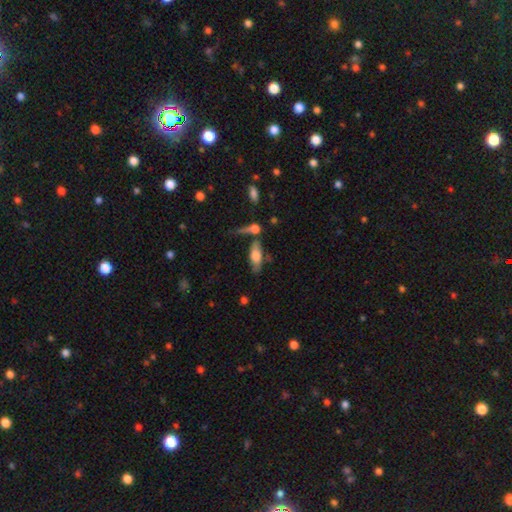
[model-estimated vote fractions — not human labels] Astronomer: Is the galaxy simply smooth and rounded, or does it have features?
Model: smooth — 59%.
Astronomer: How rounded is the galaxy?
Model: in between — 68%.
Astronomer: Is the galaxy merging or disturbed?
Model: none — 53%.